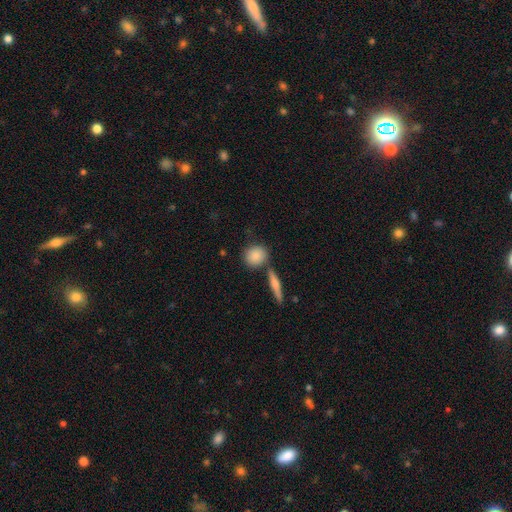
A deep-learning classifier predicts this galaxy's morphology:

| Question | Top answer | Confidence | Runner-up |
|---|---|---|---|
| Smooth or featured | smooth | 83% | featured or disk (10%) |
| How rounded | round | 81% | in between (16%) |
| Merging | none | 71% | merger (14%) |